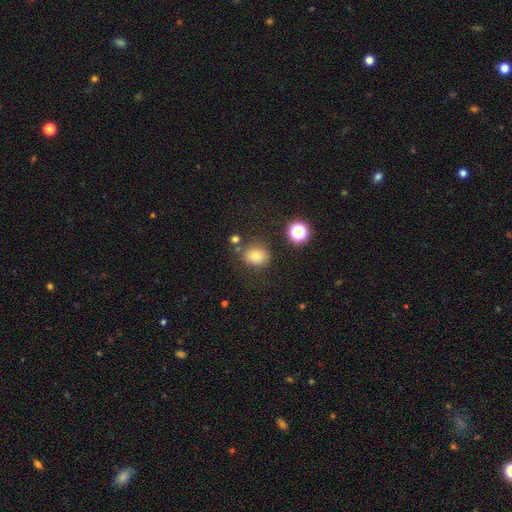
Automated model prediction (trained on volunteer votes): Smooth or featured: smooth — 76% (star or artifact — 15%)
How rounded: round — 54% (in between — 45%)
Merging: none — 74% (minor disturbance — 14%)